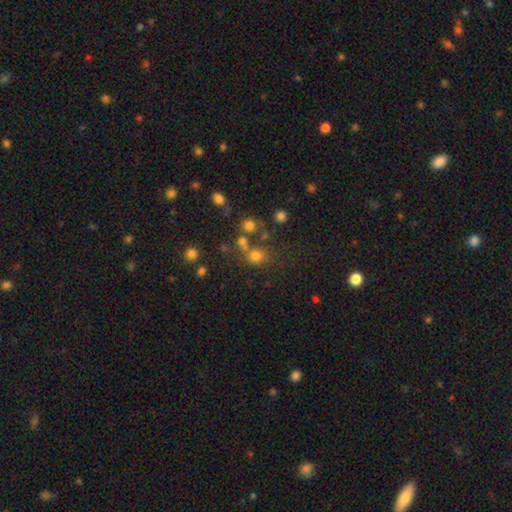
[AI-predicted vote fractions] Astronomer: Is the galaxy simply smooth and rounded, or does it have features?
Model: smooth — 71%.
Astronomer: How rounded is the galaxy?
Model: round — 82%.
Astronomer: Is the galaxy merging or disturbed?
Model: none — 60%.